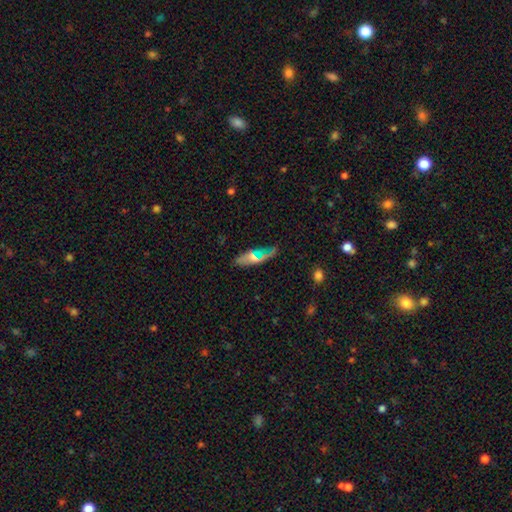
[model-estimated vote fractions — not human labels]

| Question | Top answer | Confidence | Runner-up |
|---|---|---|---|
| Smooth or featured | smooth | 54% | featured or disk (30%) |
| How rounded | in between | 67% | cigar-shaped (28%) |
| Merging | none | 81% | minor disturbance (13%) |